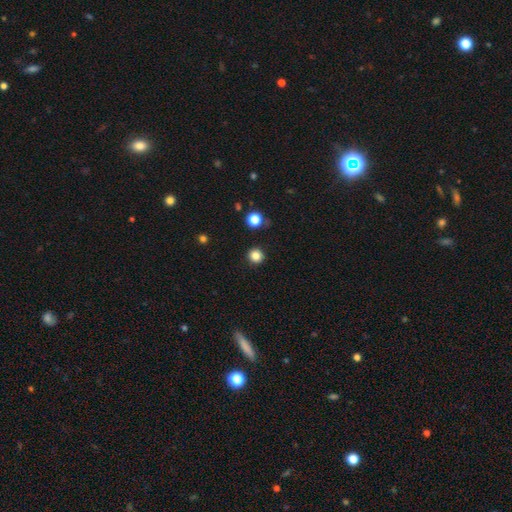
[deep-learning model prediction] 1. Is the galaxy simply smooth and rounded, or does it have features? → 83% smooth, 12% star or artifact, 4% featured or disk.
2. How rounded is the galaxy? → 94% round, 5% in between, 1% cigar-shaped.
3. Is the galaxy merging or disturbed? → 91% none, 5% minor disturbance, 2% major disturbance, 1% merger.